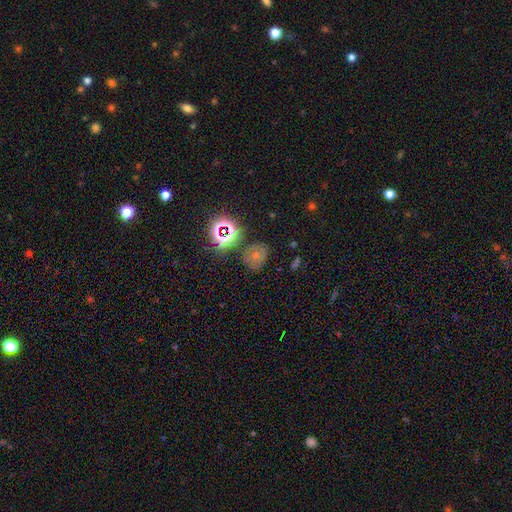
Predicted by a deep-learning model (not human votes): This appears to be a smooth galaxy with no disk features (50%) that is round (59%). Merging: none (70%).